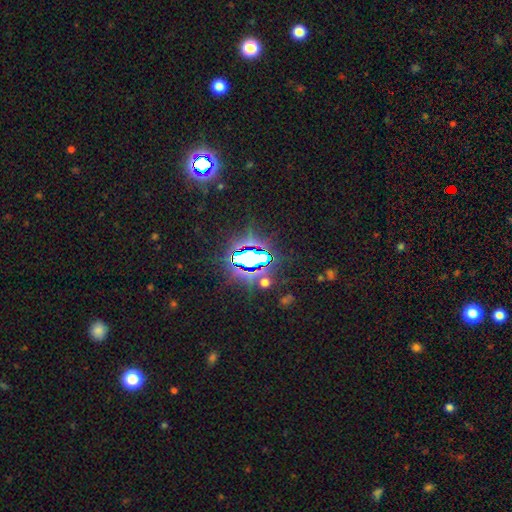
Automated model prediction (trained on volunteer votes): The model was most divided on "smooth or featured": star or artifact: 76%, smooth: 13%, featured or disk: 11%.